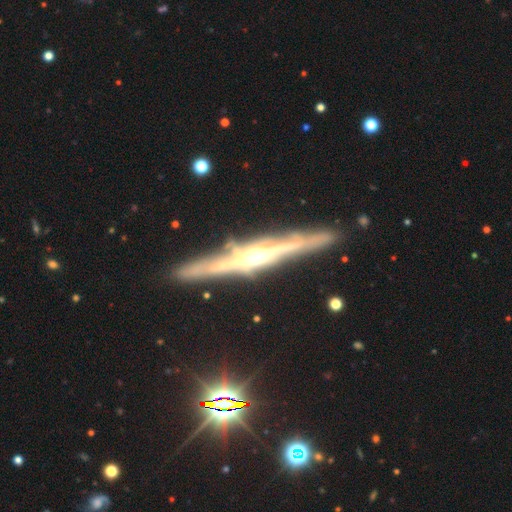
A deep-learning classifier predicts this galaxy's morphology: Smooth or featured? featured or disk (88%)
Edge-on disk? yes (98%)
Edge-on bulge? rounded (74%)
Merging? none (89%)